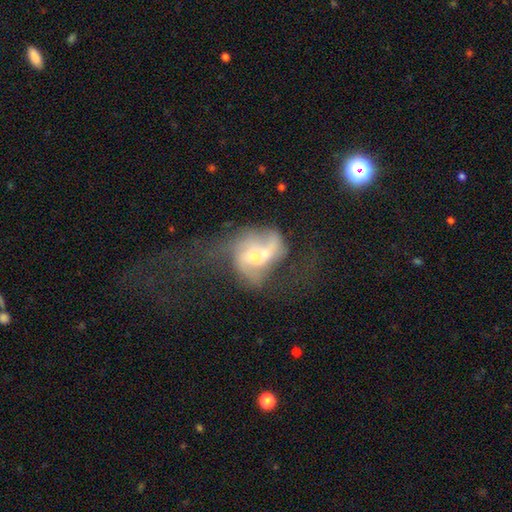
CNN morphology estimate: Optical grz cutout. It shows a featured or disk galaxy (69%) with no bar (63%), spiral arms (74%) and a small central bulge (48%). Merging: merger (53%).